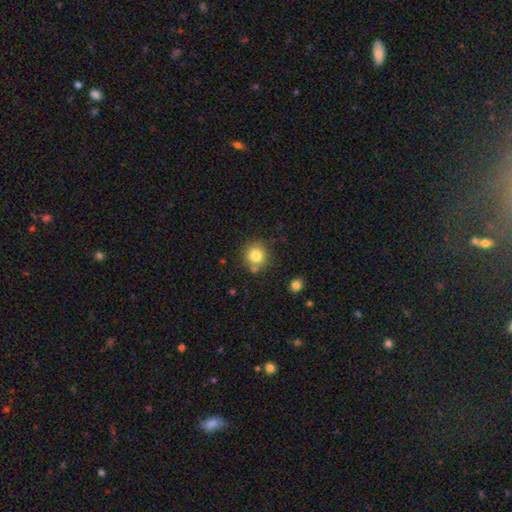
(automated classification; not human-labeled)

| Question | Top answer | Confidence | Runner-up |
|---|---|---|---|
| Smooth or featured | smooth | 82% | star or artifact (11%) |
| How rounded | round | 90% | in between (9%) |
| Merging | none | 75% | minor disturbance (12%) |